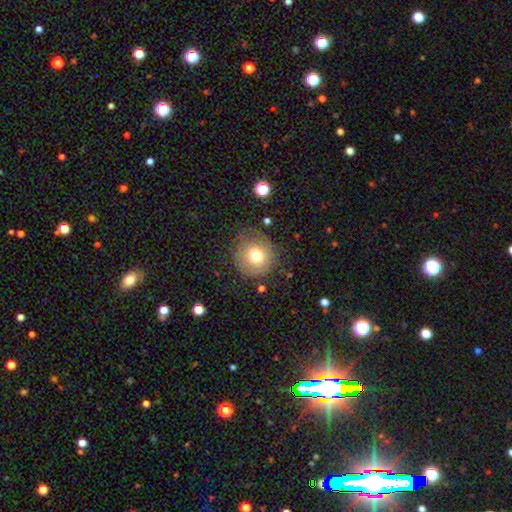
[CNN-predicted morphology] Smooth or featured? Predicted: smooth (p=0.72). How rounded? Predicted: round (p=0.92). Merging? Predicted: none (p=0.73).